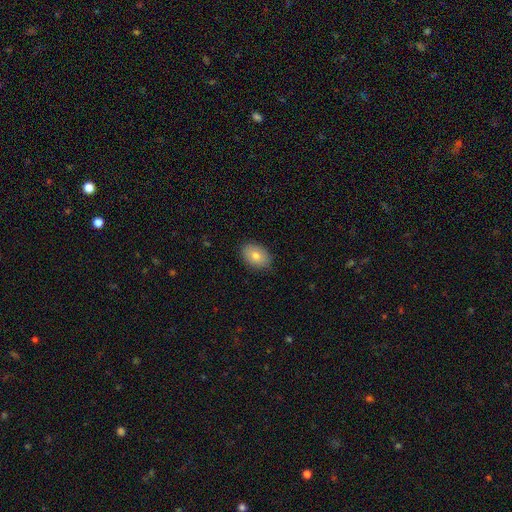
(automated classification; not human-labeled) The model was most divided on "how rounded": in between: 80%, round: 19%, cigar-shaped: 1%. More confident: merging — none (85%); smooth or featured — smooth (77%).